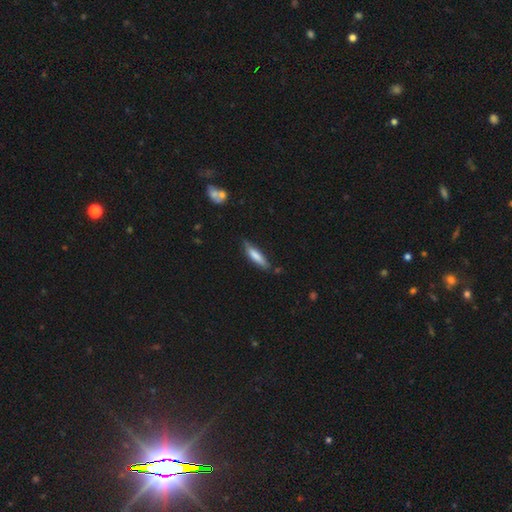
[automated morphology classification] smooth_or_featured: smooth (p=0.73) [alt: featured or disk p=0.21]
how_rounded: cigar-shaped (p=0.75) [alt: in between p=0.24]
merging: none (p=0.74) [alt: minor disturbance p=0.20]